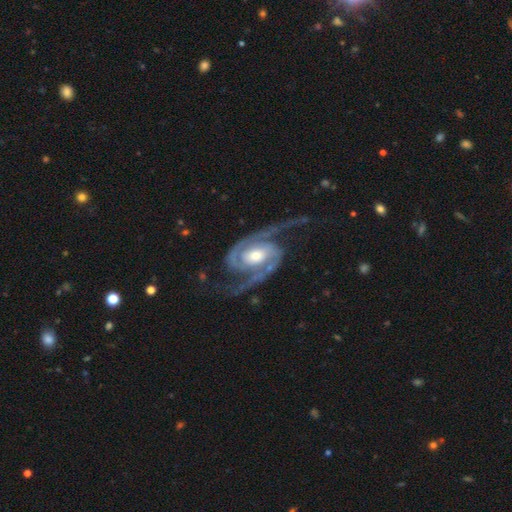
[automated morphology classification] Smooth or featured? Predicted: featured or disk (p=0.94). Edge-on disk? Predicted: no (p=0.98). Bar? Predicted: no (p=0.45). Spiral arms? Predicted: yes (p=0.99). Spiral winding? Predicted: medium (p=0.54). Spiral arm count? Predicted: 2 (p=0.94). Bulge size? Predicted: moderate (p=0.65). Merging? Predicted: none (p=0.70).